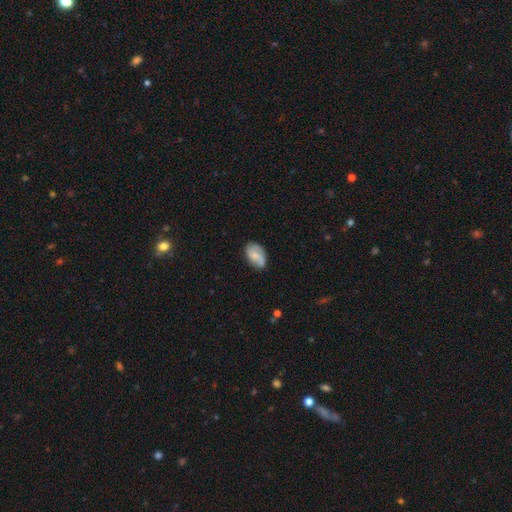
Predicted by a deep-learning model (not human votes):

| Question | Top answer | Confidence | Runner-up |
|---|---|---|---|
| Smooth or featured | smooth | 54% | featured or disk (38%) |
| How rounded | in between | 89% | round (9%) |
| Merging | none | 66% | minor disturbance (26%) |